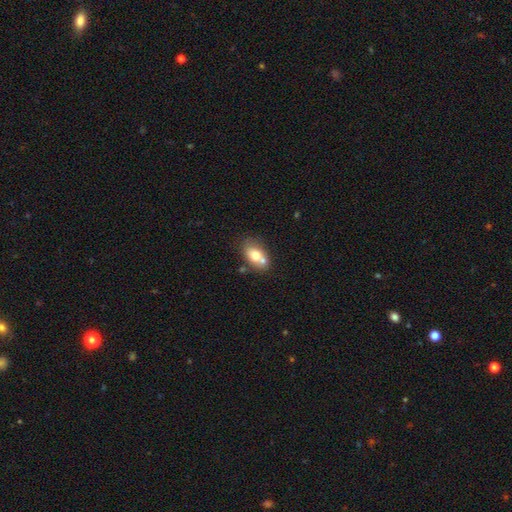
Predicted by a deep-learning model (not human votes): smooth 70%, featured or disk 22%, star or artifact 8%. Down the decision tree: how rounded — in between (80%); merging — none (46%).